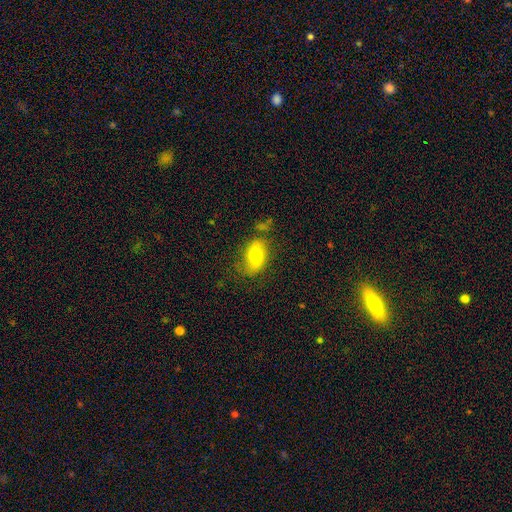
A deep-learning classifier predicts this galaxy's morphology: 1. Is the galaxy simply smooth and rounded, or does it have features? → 64% smooth, 28% featured or disk, 8% star or artifact.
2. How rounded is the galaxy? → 87% in between, 11% round, 2% cigar-shaped.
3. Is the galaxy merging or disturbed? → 68% none, 21% minor disturbance, 7% major disturbance, 3% merger.